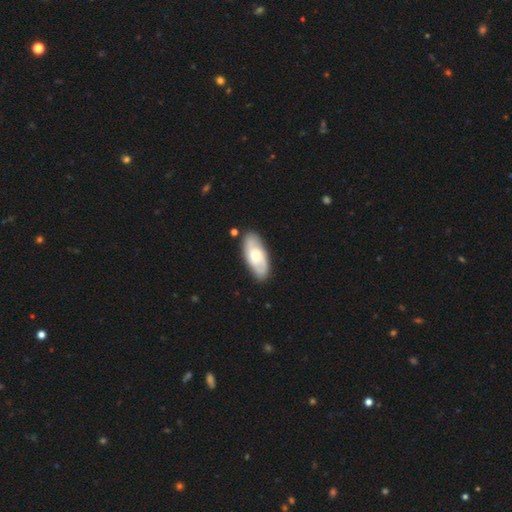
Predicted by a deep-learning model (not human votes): Q: Smooth or featured?
A: featured or disk (50%); runner-up: smooth (45%)
Q: Merging?
A: none (82%); runner-up: minor disturbance (12%)